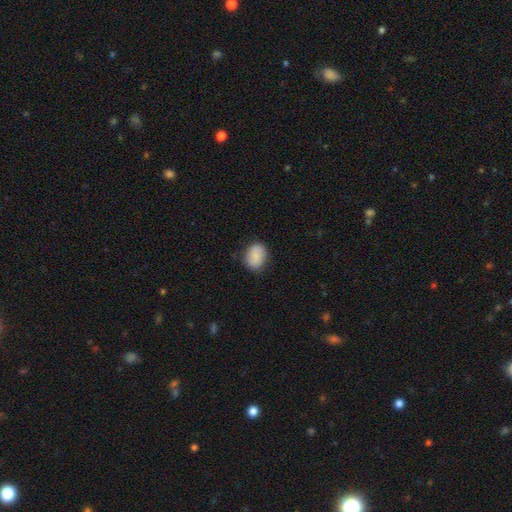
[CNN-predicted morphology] Overall: smooth (80%). How rounded: in between (56%; round 43%). Merging: none (82%).